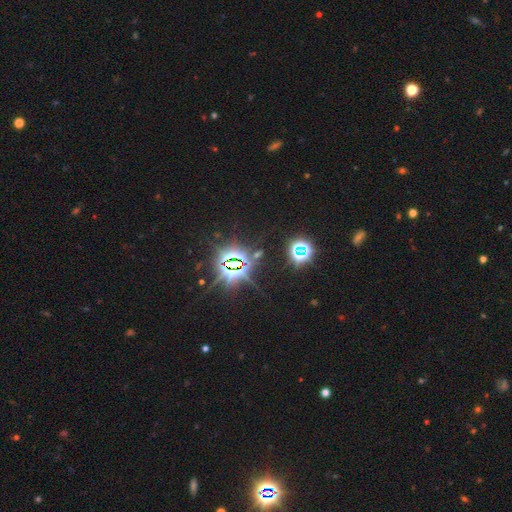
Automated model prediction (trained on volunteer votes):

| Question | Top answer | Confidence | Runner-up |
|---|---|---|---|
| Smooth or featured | star or artifact | 84% | featured or disk (8%) |